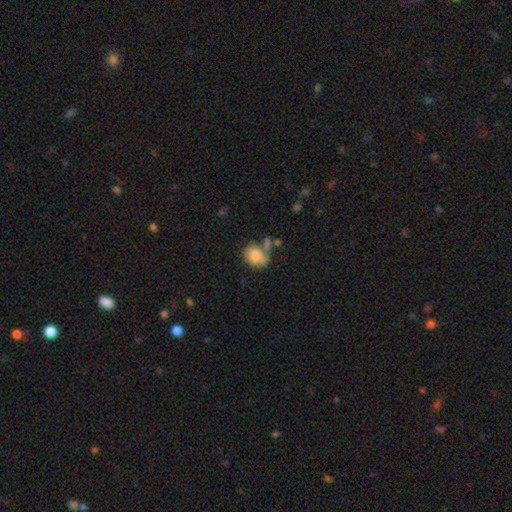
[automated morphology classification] smooth 77%, featured or disk 15%, star or artifact 8%. Down the decision tree: how rounded — in between (58%); merging — none (41%).